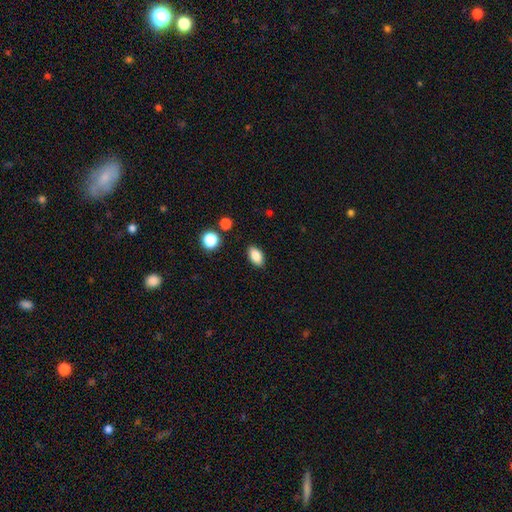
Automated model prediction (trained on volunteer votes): Morphology: type=smooth (86%); roundness=in between (90%); merging=none (87%).